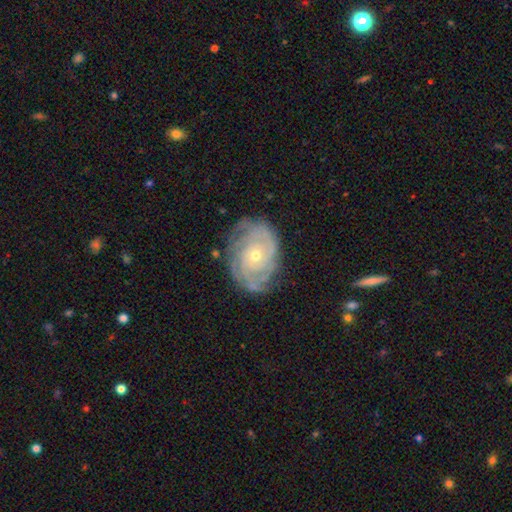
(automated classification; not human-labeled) Smooth or featured? Predicted: featured or disk (p=0.88). Edge-on disk? Predicted: no (p=0.97). Bar? Predicted: no (p=0.79). Spiral arms? Predicted: yes (p=0.97). Spiral winding? Predicted: tight (p=0.79). Spiral arm count? Predicted: can't tell (p=0.29). Bulge size? Predicted: small (p=0.59). Merging? Predicted: none (p=0.76).